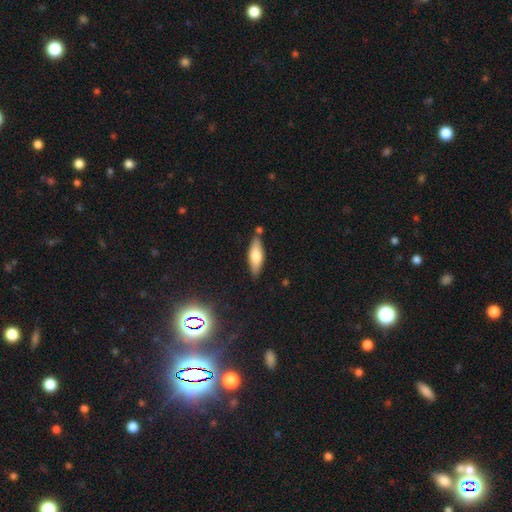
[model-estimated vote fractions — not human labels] Smooth or featured?
  - smooth: 69% *
  - featured or disk: 24%
  - star or artifact: 7%
How rounded?
  - cigar-shaped: 49% * (tied)
  - in between: 49% * (tied)
  - round: 2%
Merging?
  - none: 79% *
  - minor disturbance: 12%
  - merger: 6%
  - major disturbance: 2%